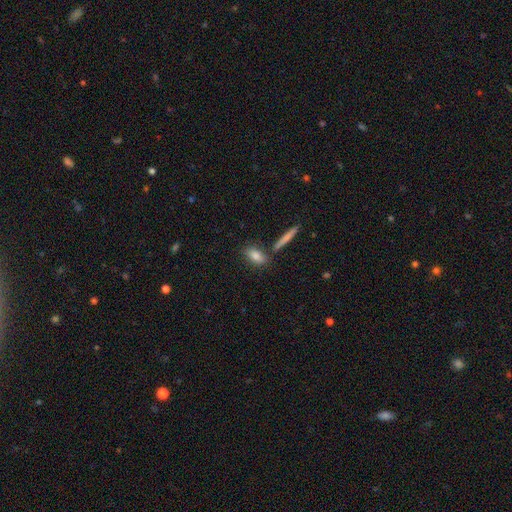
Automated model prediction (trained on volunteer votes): Q: Smooth or featured?
A: smooth (82%); runner-up: featured or disk (11%)
Q: How rounded?
A: in between (73%); runner-up: cigar-shaped (21%)
Q: Merging?
A: none (70%); runner-up: merger (15%)